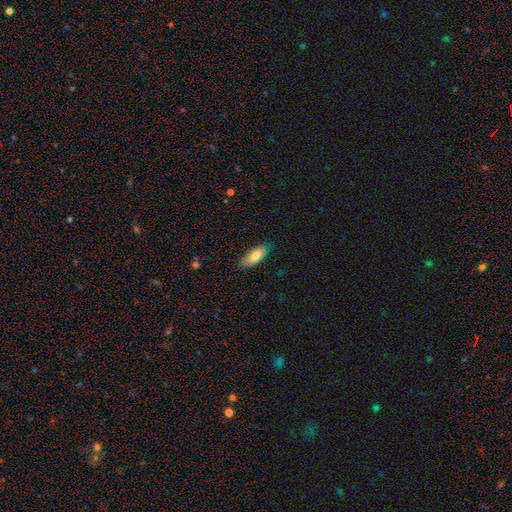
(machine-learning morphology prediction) type=smooth (74%); roundness=in between (76%); merging=none (80%).